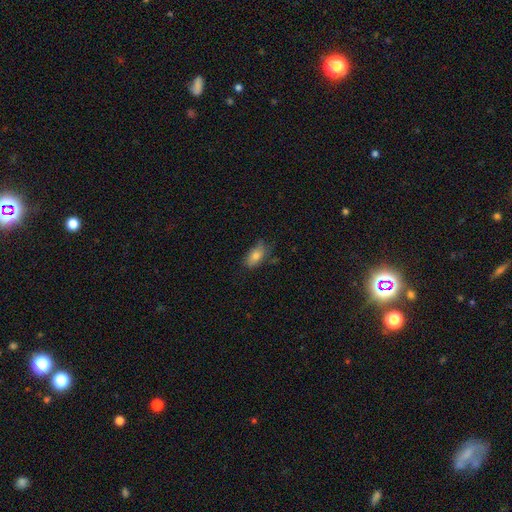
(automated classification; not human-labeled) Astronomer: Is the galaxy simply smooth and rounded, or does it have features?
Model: smooth — 76%.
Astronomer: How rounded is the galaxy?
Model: in between — 89%.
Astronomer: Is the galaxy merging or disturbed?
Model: none — 63%.